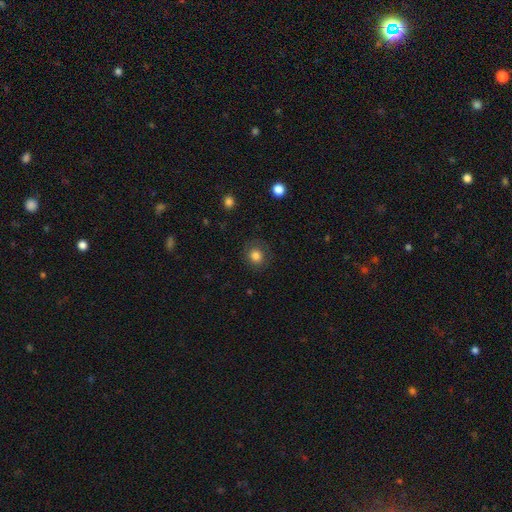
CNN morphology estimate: The model was most divided on "merging": none: 80%, minor disturbance: 13%, major disturbance: 6%, merger: 1%. More confident: how rounded — round (84%); smooth or featured — smooth (80%).